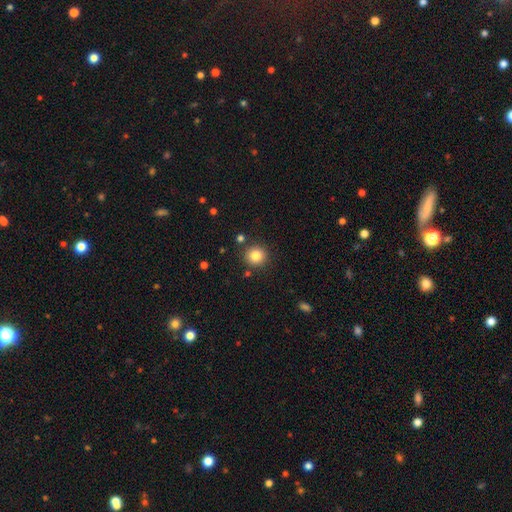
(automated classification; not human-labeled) Overall: smooth (83%). How rounded: round (92%). Merging: none (87%).